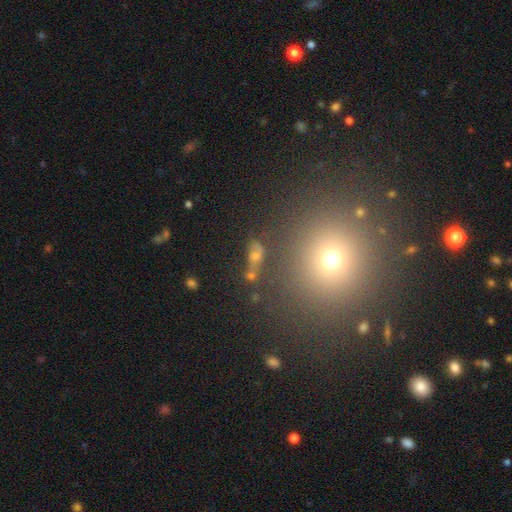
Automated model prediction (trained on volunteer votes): smooth 48%, star or artifact 29%, featured or disk 22%. Down the decision tree: merging — none (64%).